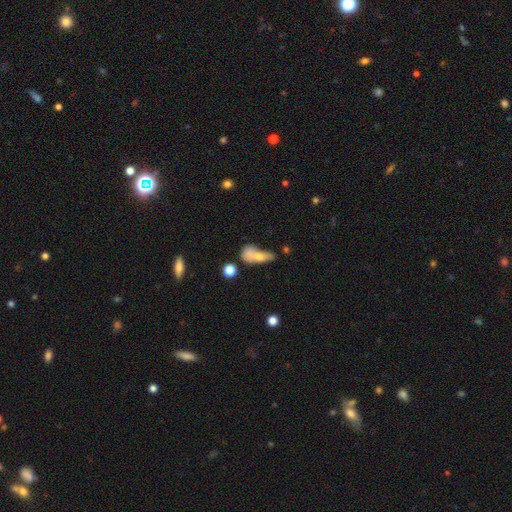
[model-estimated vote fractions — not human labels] smooth-or-featured: smooth: 68% | featured or disk: 21% | star or artifact: 11%
  how-rounded: in between: 62% | cigar-shaped: 22% | round: 16%
  merging: merger: 36% | none: 26% | major disturbance: 20% | minor disturbance: 19%